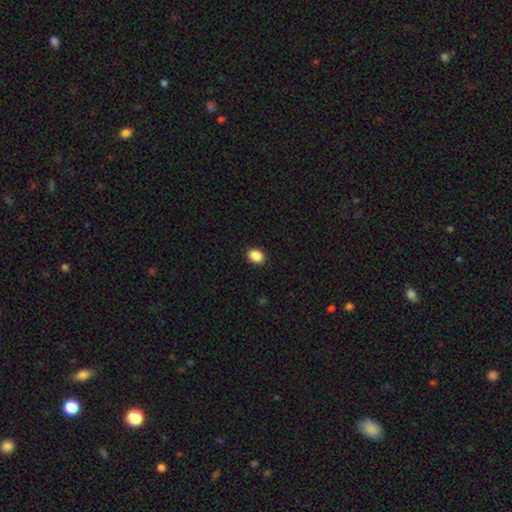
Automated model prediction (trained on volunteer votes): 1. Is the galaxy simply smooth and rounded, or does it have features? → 88% smooth, 9% star or artifact, 3% featured or disk.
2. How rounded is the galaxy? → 56% round, 43% in between, 1% cigar-shaped.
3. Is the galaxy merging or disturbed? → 92% none, 6% minor disturbance, 2% major disturbance, 1% merger.